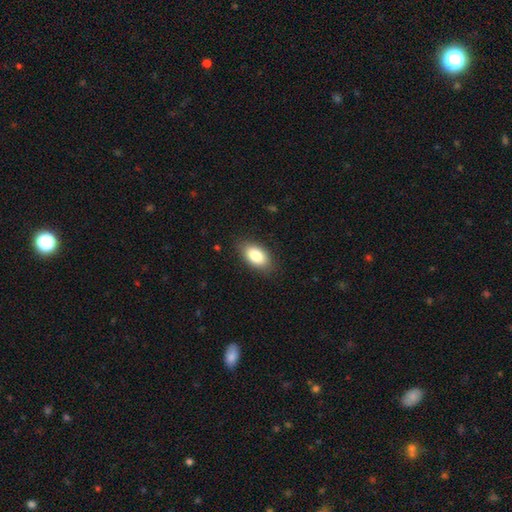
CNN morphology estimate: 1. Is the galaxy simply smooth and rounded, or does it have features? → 84% smooth, 9% featured or disk, 7% star or artifact.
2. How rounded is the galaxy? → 93% in between, 5% round, 3% cigar-shaped.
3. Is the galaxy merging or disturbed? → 85% none, 12% minor disturbance, 3% major disturbance, 1% merger.